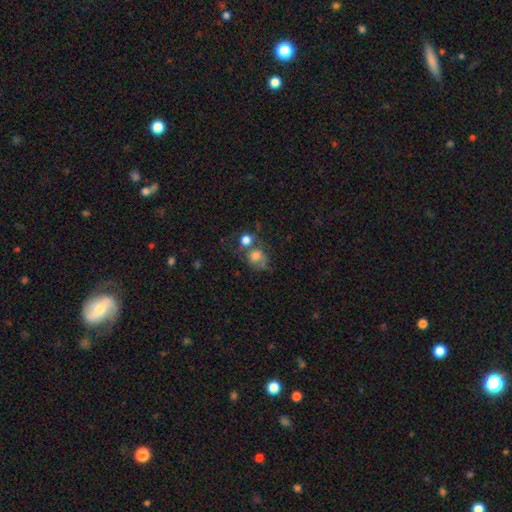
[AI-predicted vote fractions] Smooth or featured: smooth — 67% (featured or disk — 20%)
How rounded: round — 64% (in between — 35%)
Merging: merger — 37% (none — 30%)